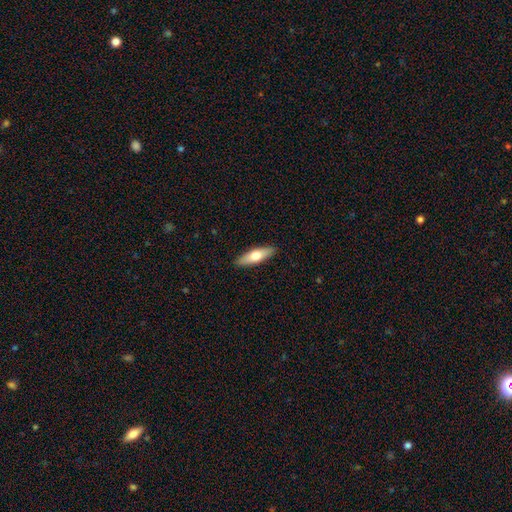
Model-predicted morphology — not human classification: Smooth or featured? smooth (63%)
How rounded? cigar-shaped (51%)
Merging? none (90%)